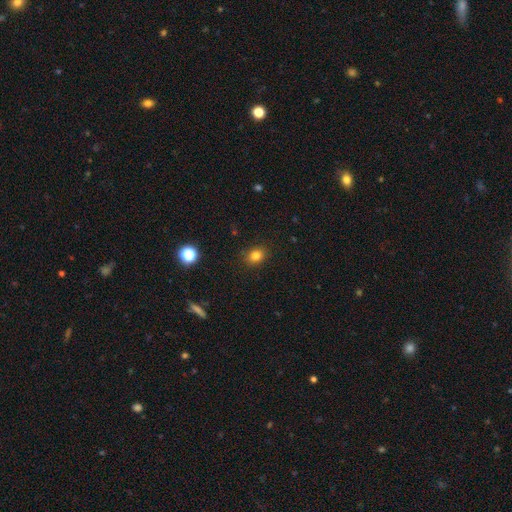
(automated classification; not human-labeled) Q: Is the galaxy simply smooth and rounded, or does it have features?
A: smooth — 81%.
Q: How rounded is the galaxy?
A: round — 59%.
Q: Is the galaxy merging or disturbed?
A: none — 87%.